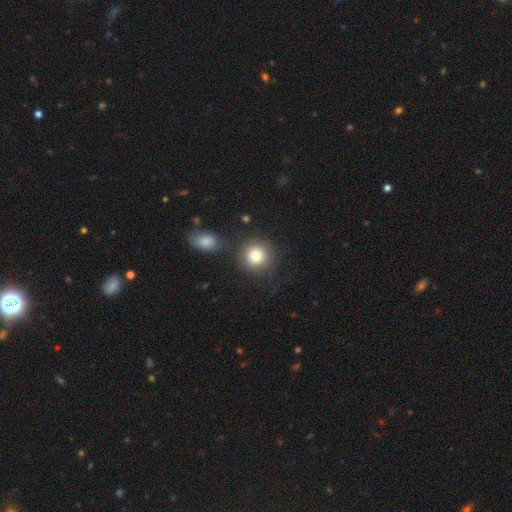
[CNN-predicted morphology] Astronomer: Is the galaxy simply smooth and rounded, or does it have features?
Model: smooth — 82%.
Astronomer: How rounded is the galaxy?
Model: round — 91%.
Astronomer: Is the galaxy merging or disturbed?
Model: none — 77%.